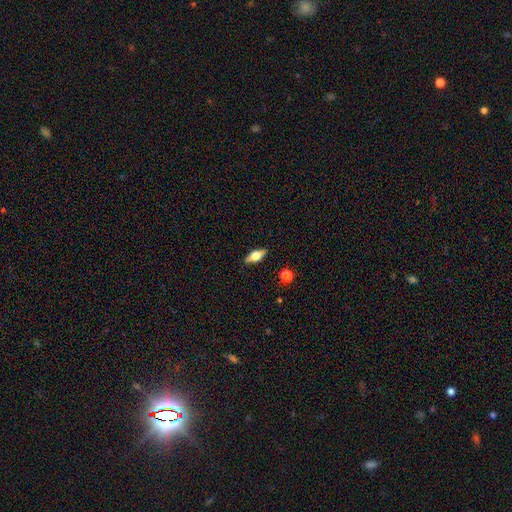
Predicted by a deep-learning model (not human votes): Smooth or featured: featured or disk — 48% (smooth — 45%)
Merging: none — 89% (minor disturbance — 8%)